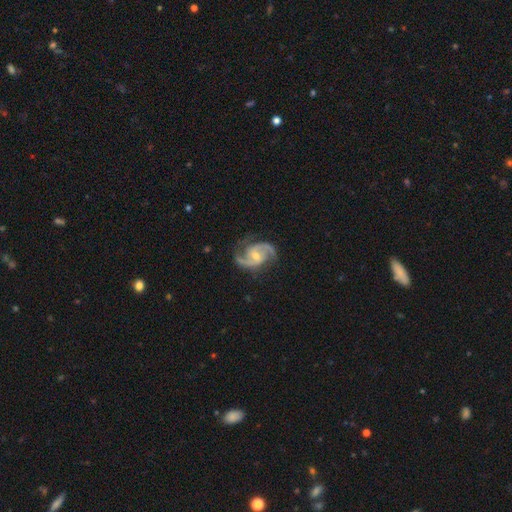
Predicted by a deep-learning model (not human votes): Q: Smooth or featured?
A: featured or disk (92%); runner-up: star or artifact (4%)
Q: Edge-on disk?
A: no (98%); runner-up: yes (2%)
Q: Bar?
A: weak (45%); runner-up: no (42%)
Q: Spiral arms?
A: yes (98%); runner-up: no (2%)
Q: Spiral winding?
A: medium (59%); runner-up: loose (23%)
Q: Spiral arm count?
A: 2 (90%); runner-up: 3 (4%)
Q: Bulge size?
A: moderate (52%); runner-up: small (44%)
Q: Merging?
A: none (77%); runner-up: minor disturbance (16%)